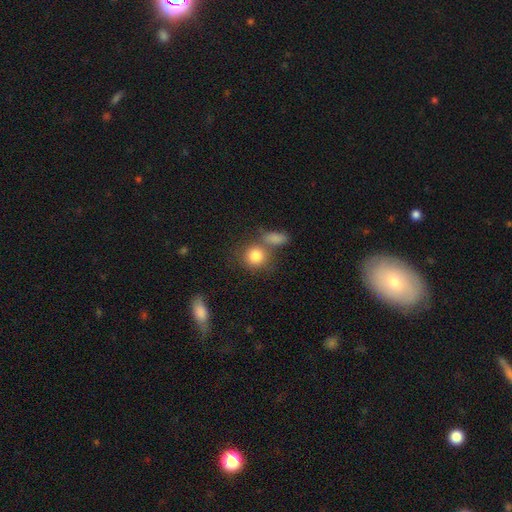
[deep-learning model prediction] Morphology: type=smooth (82%); roundness=round (80%); merging=none (54%).